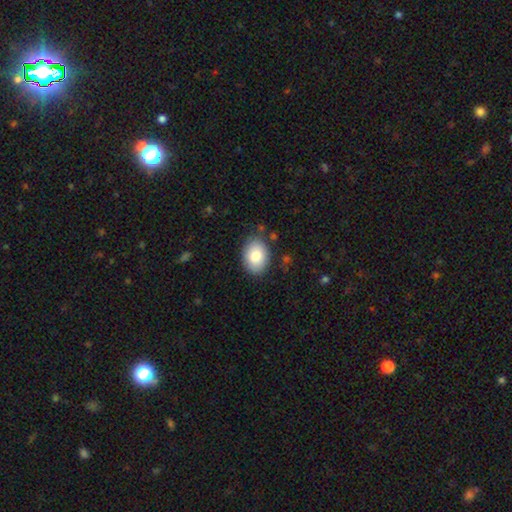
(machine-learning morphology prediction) Overall: smooth (83%). How rounded: in between (77%). Merging: none (83%).